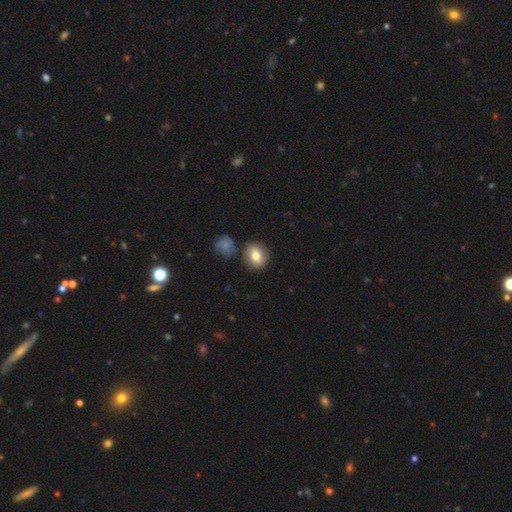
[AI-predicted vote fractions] Overall: smooth (74%). How rounded: round (72%). Merging: none (77%).